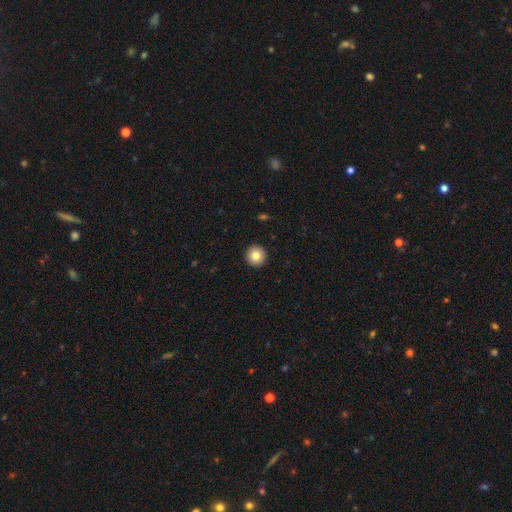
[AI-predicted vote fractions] Smooth or featured? smooth (81%)
How rounded? round (97%)
Merging? none (94%)